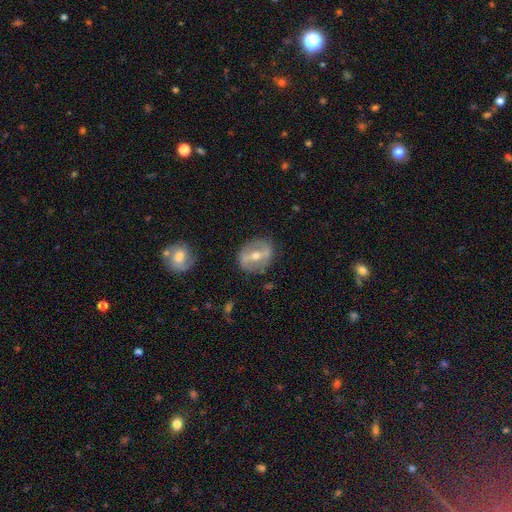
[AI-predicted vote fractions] Morphology: type=featured or disk (70%); edge-on=no (89%); bar=strong (63%); spiral arms=no (52%); bulge=moderate (67%); merging=none (82%).